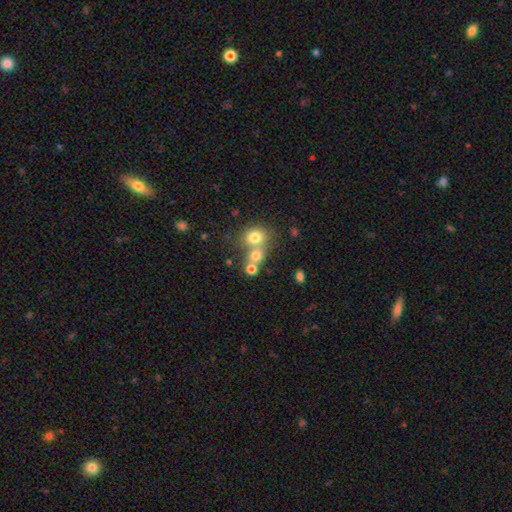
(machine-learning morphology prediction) Smooth or featured: smooth — 72% (star or artifact — 14%)
How rounded: round — 74% (in between — 25%)
Merging: merger — 51% (none — 38%)